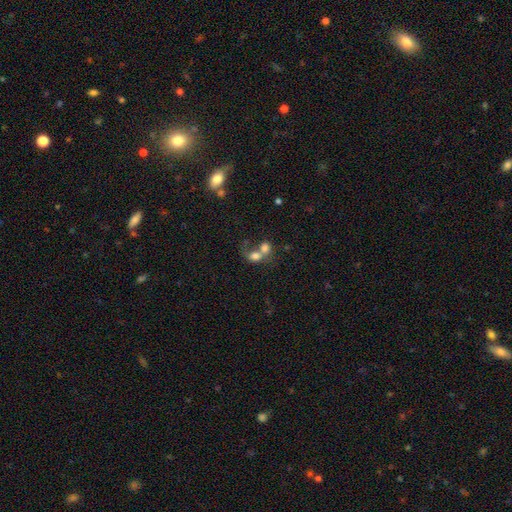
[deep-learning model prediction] This is likely a smooth galaxy (69%). How rounded: possibly round (57%). Merging: likely merger (72%).